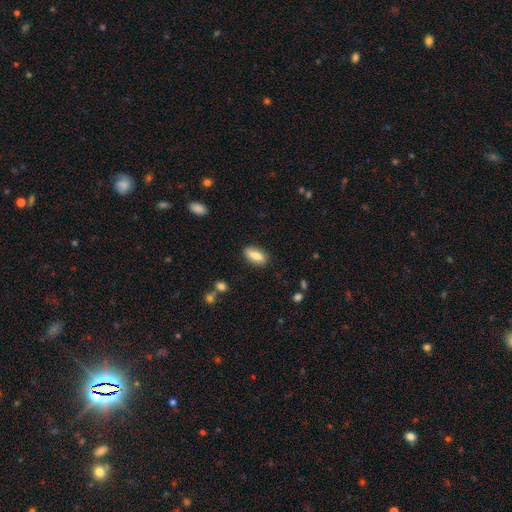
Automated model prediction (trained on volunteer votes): Smooth or featured?
  - smooth: 78% *
  - featured or disk: 15%
  - star or artifact: 7%
How rounded?
  - in between: 78% *
  - cigar-shaped: 18%
  - round: 4%
Merging?
  - none: 83% *
  - minor disturbance: 12%
  - major disturbance: 3%
  - merger: 2%